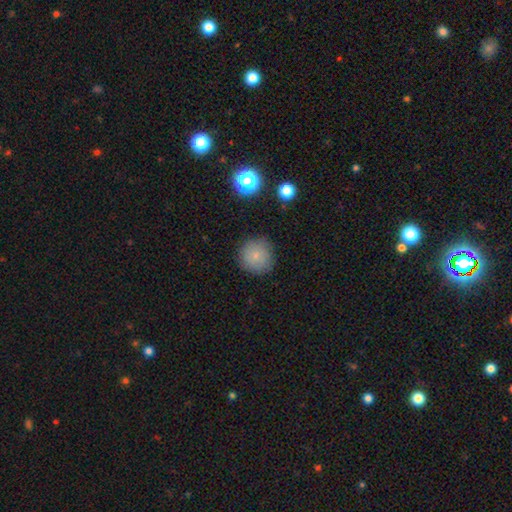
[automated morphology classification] smooth_or_featured: smooth (p=0.78) [alt: featured or disk p=0.12]
how_rounded: round (p=0.93) [alt: in between p=0.06]
merging: none (p=0.84) [alt: minor disturbance p=0.11]